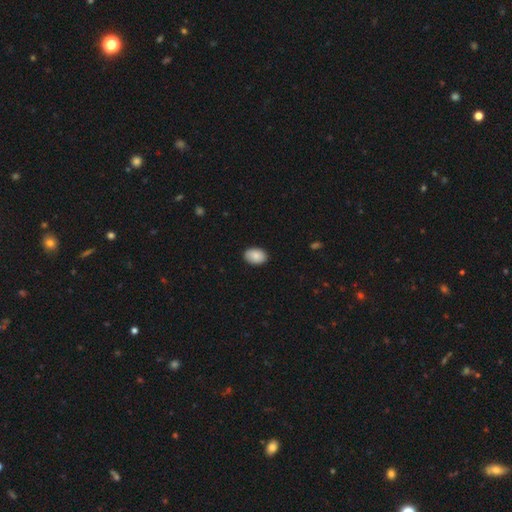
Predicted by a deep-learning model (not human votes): This appears to be a smooth galaxy with no disk features (88%) that is in between round and cigar-shaped (84%). Merging: none (88%).